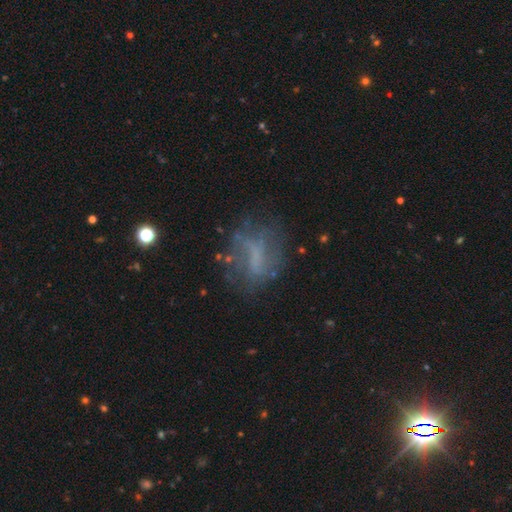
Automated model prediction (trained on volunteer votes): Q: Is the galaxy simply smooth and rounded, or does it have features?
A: featured or disk — 47%.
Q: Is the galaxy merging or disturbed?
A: none — 57%.